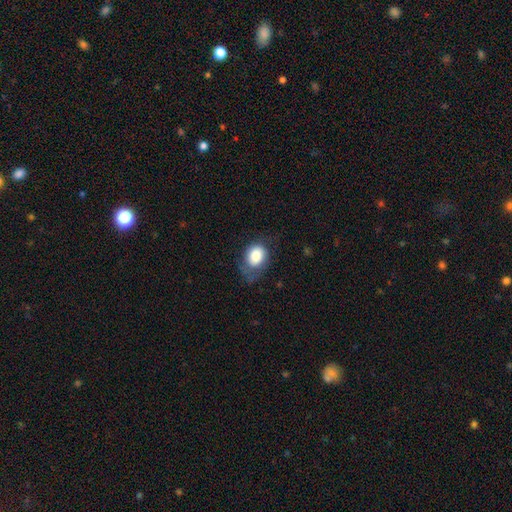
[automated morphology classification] Smooth or featured? smooth (81%)
How rounded? in between (63%)
Merging? none (43%)